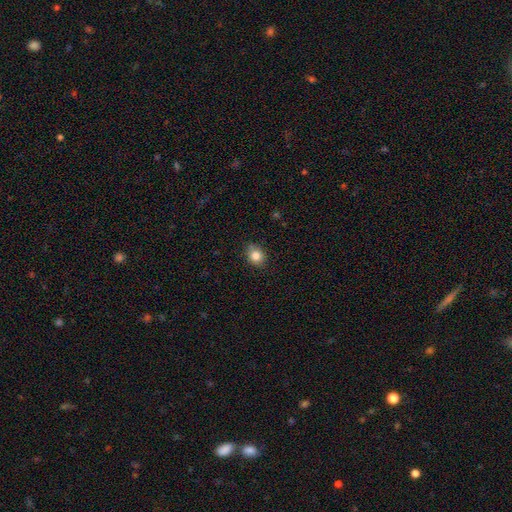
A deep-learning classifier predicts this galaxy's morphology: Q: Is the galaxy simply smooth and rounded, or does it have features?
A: smooth — 83%.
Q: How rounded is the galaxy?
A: round — 58%.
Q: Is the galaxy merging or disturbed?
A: none — 82%.